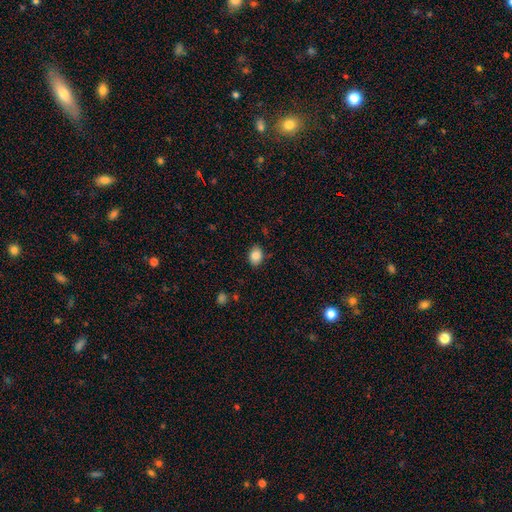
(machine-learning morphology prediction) Smooth or featured: smooth — 86% (star or artifact — 8%)
How rounded: in between — 71% (round — 28%)
Merging: none — 84% (minor disturbance — 12%)